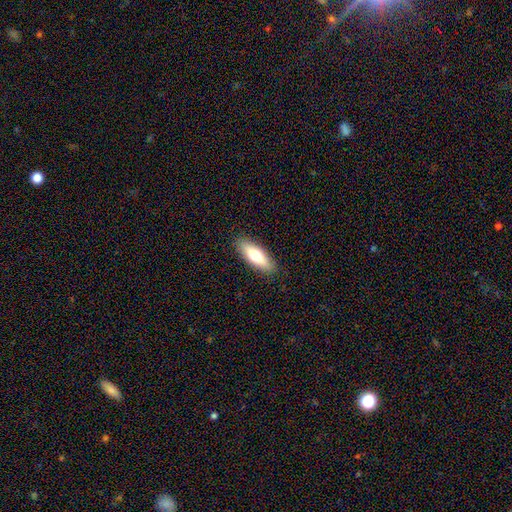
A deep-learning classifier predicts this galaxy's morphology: type=smooth (70%); roundness=in between (57%); merging=none (89%).